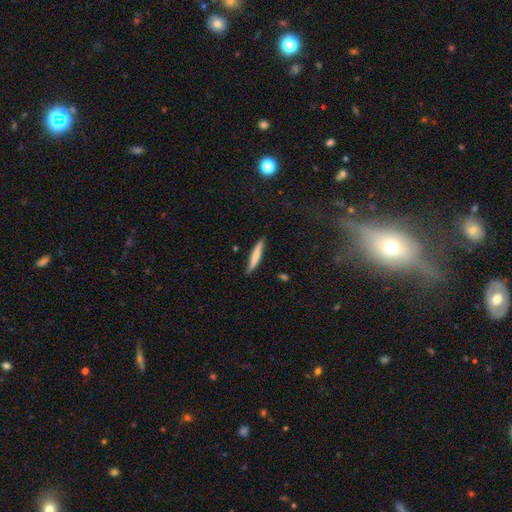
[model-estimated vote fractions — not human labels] This is likely a smooth galaxy (68%). How rounded: clearly cigar-shaped (93%). Merging: clearly none (83%).